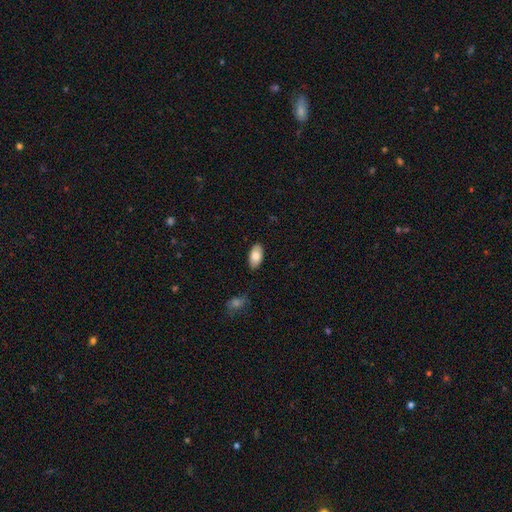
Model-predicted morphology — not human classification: A smooth galaxy with no disk features (81%) that is in between round and cigar-shaped (95%).

Vote fractions:
- Smooth or featured? smooth: 81% / featured or disk: 12% / star or artifact: 6%
- How rounded? in between: 95% / round: 3% / cigar-shaped: 2%
- Merging? none: 86% / minor disturbance: 11% / major disturbance: 2% / merger: 2%